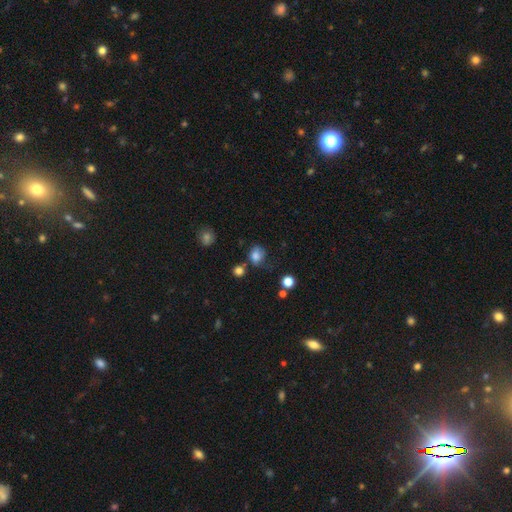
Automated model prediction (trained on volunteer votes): The model was most divided on "how rounded": round: 58%, in between: 41%, cigar-shaped: 1%. Remaining: smooth or featured — smooth (76%); merging — none (48%).